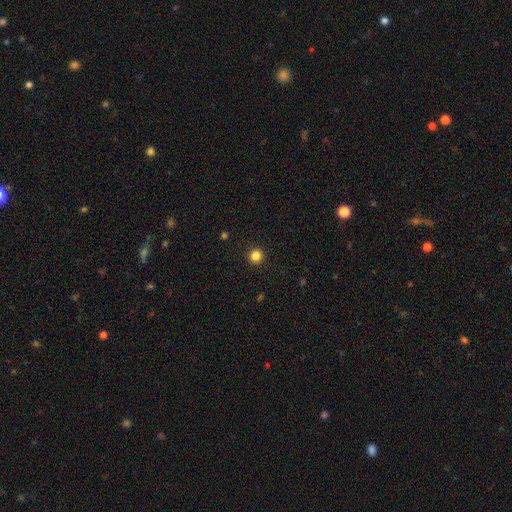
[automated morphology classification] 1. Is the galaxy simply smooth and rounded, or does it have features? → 84% smooth, 12% star or artifact, 4% featured or disk.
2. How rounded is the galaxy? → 94% round, 5% in between, 1% cigar-shaped.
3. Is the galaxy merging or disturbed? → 93% none, 4% minor disturbance, 2% major disturbance, 1% merger.